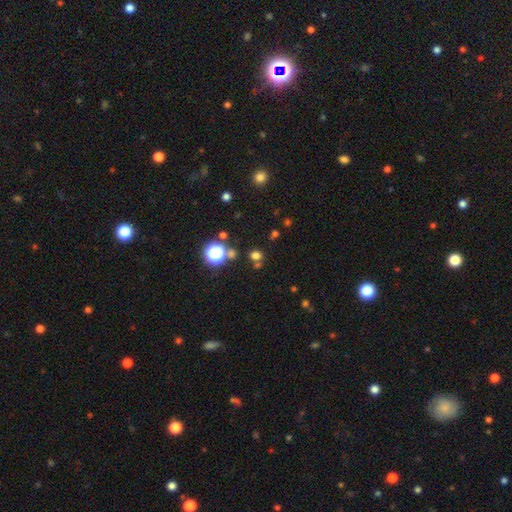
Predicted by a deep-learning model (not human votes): A smooth galaxy with no disk features (64%) that is round (83%). Merging: none (74%).